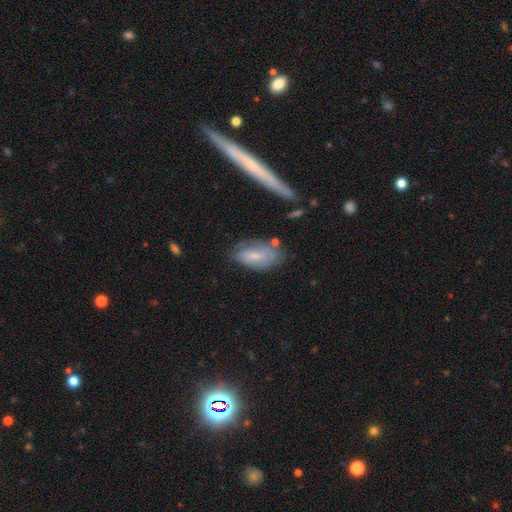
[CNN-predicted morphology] Smooth or featured? smooth (50%)
Merging? none (57%)